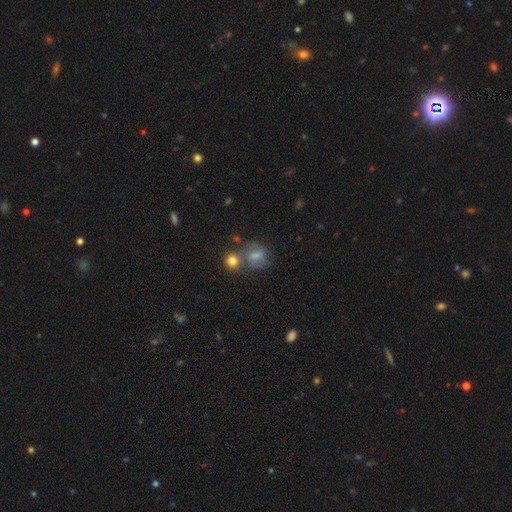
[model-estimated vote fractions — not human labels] A featured or disk galaxy (45%). Merging: none (54%).